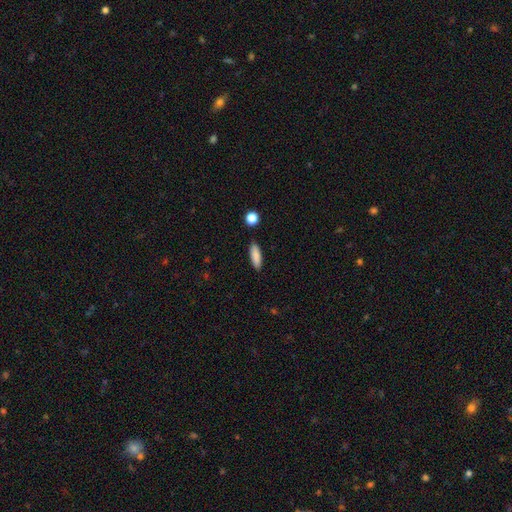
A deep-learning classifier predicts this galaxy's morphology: smooth-or-featured: smooth: 87% | star or artifact: 7% | featured or disk: 6%
  how-rounded: in between: 50% | cigar-shaped: 48% | round: 2%
  merging: none: 88% | minor disturbance: 8% | merger: 2% | major disturbance: 2%